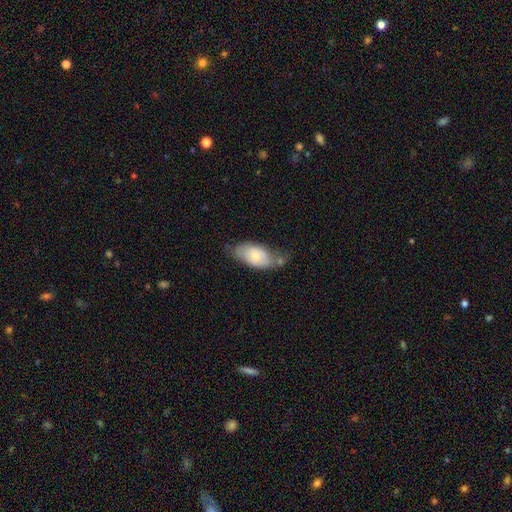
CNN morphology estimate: A smooth galaxy with no disk features (63%) that is in between round and cigar-shaped (91%). Merging: none (44%).